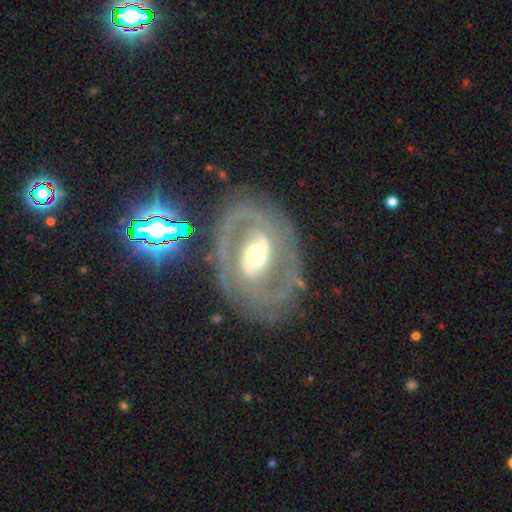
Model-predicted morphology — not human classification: featured or disk 82%, smooth 12%, star or artifact 6%. Down the decision tree: edge-on disk — no (95%); bar — strong (39%); spiral arms — yes (73%); spiral arm count — 2 (68%); spiral winding — tight (49%); bulge size — moderate (65%); merging — none (73%).